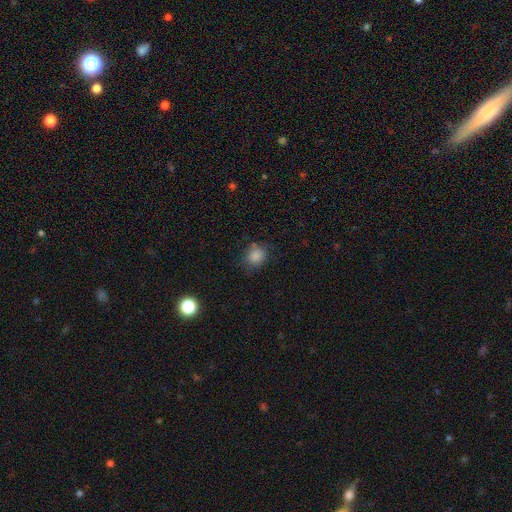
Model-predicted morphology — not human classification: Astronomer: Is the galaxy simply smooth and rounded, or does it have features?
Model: smooth — 85%.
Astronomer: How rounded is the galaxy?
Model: round — 63%.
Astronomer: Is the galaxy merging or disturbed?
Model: none — 73%.